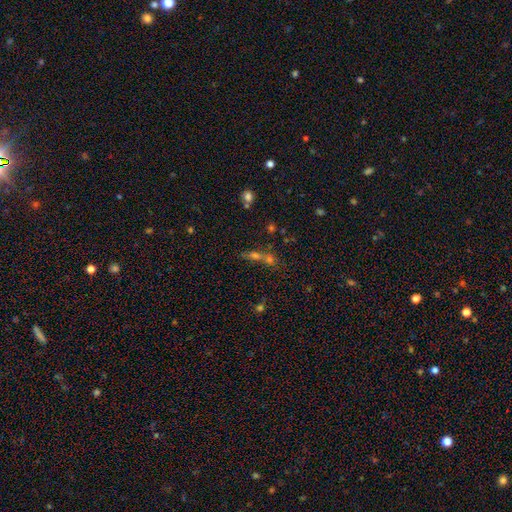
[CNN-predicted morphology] Smooth or featured? Predicted: smooth (p=0.46). Merging? Predicted: merger (p=0.46).